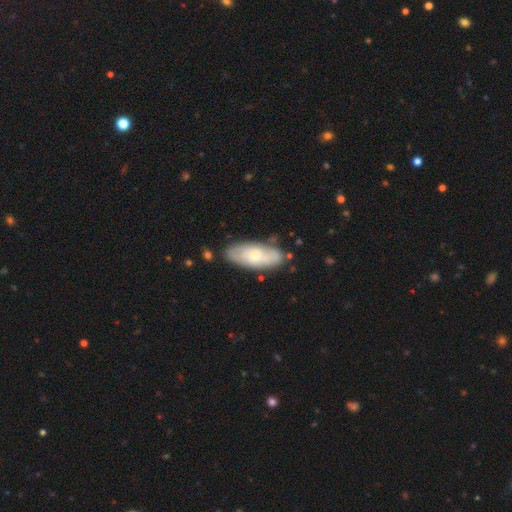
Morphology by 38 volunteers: A smooth galaxy with no disk features (55%) that is in between round and cigar-shaped (81%). Merging: none (86%).